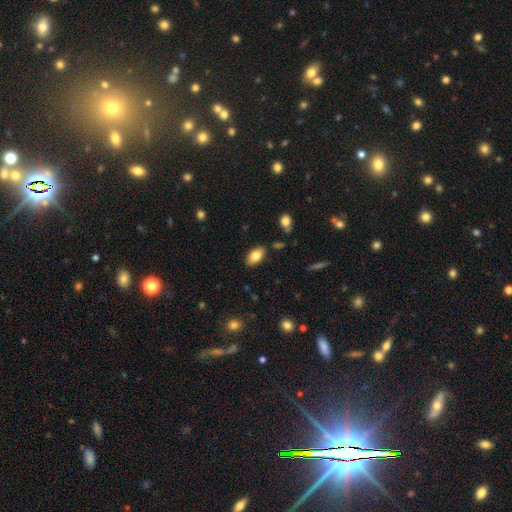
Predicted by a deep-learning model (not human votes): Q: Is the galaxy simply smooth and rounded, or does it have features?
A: smooth — 80%.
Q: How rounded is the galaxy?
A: in between — 92%.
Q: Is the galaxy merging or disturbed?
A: none — 84%.